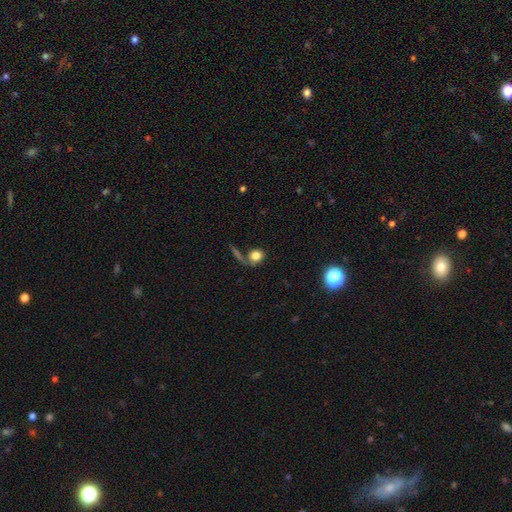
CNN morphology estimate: A smooth galaxy with no disk features (77%) that is round (65%).

Vote fractions:
- Smooth or featured? smooth: 77% / featured or disk: 12% / star or artifact: 11%
- How rounded? round: 65% / in between: 32% / cigar-shaped: 3%
- Merging? none: 54% / merger: 20% / minor disturbance: 14% / major disturbance: 13%